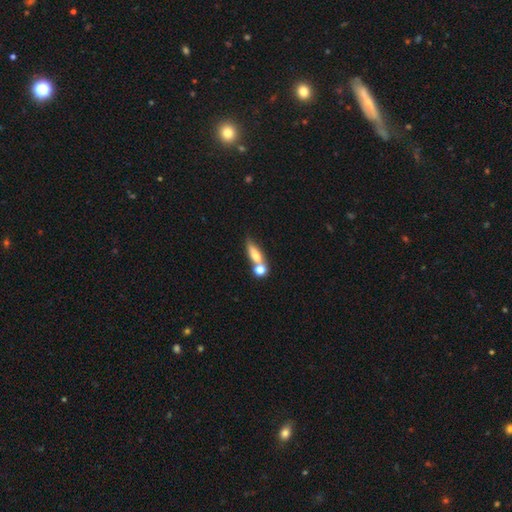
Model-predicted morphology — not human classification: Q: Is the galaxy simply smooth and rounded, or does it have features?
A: smooth — 64%.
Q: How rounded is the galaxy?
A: in between — 45%.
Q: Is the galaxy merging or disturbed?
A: none — 43%.